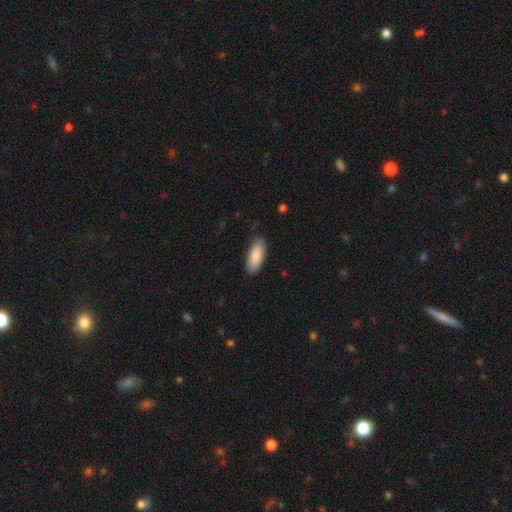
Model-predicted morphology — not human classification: smooth_or_featured: smooth (p=0.87) [alt: featured or disk p=0.08]
how_rounded: in between (p=0.80) [alt: cigar-shaped p=0.18]
merging: none (p=0.83) [alt: minor disturbance p=0.13]